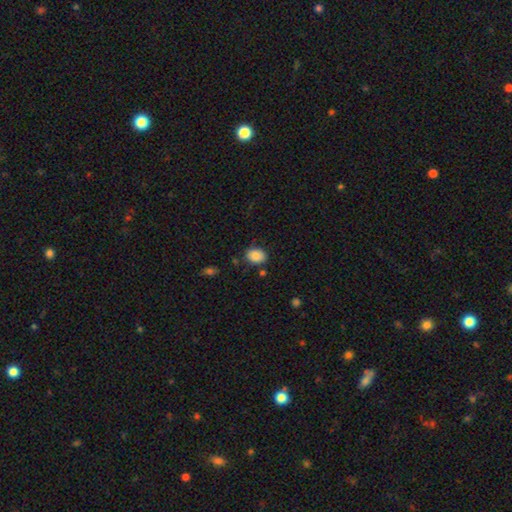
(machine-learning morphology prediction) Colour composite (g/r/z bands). It shows a smooth galaxy with no disk features (85%) that is in between round and cigar-shaped (67%). Merging: none (81%).